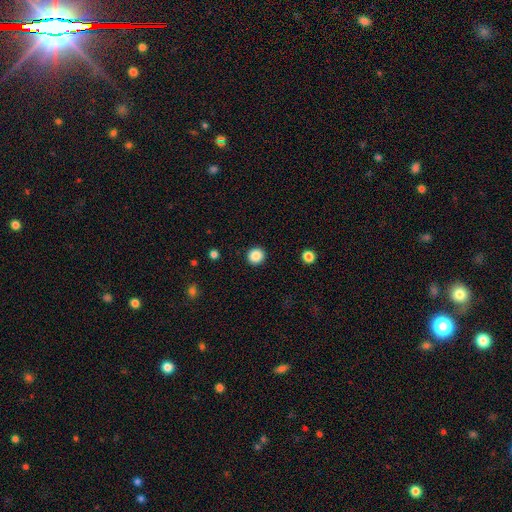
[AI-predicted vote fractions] A smooth galaxy with no disk features (87%) that is round (94%).

Vote fractions:
- Smooth or featured? smooth: 87% / star or artifact: 10% / featured or disk: 3%
- How rounded? round: 94% / in between: 5% / cigar-shaped: 1%
- Merging? none: 93% / minor disturbance: 4% / major disturbance: 2% / merger: 1%